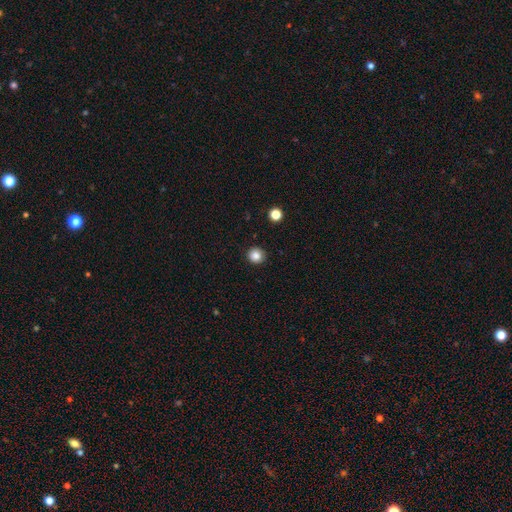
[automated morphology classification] Smooth or featured: smooth — 85% (star or artifact — 11%)
How rounded: round — 94% (in between — 5%)
Merging: none — 92% (minor disturbance — 6%)